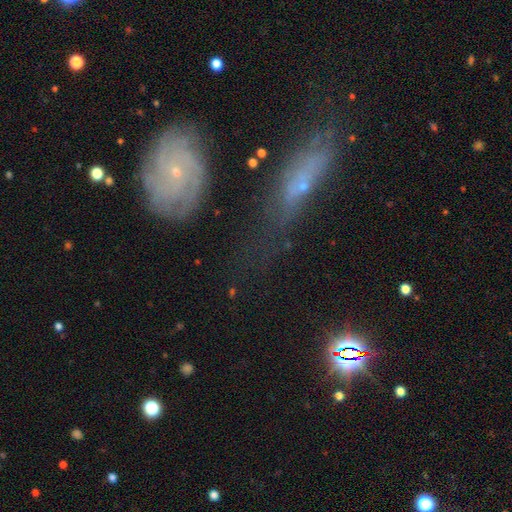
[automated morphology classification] smooth_or_featured: featured or disk (p=0.47) [alt: star or artifact p=0.28]
merging: none (p=0.58) [alt: minor disturbance p=0.20]